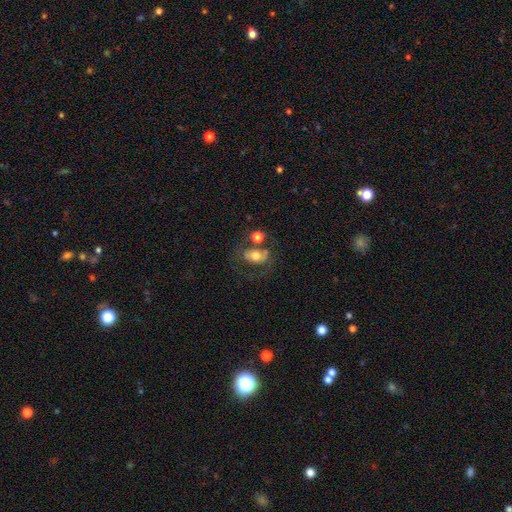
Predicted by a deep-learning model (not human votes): Smooth or featured? Predicted: smooth (p=0.54). How rounded? Predicted: in between (p=0.70). Merging? Predicted: none (p=0.44).